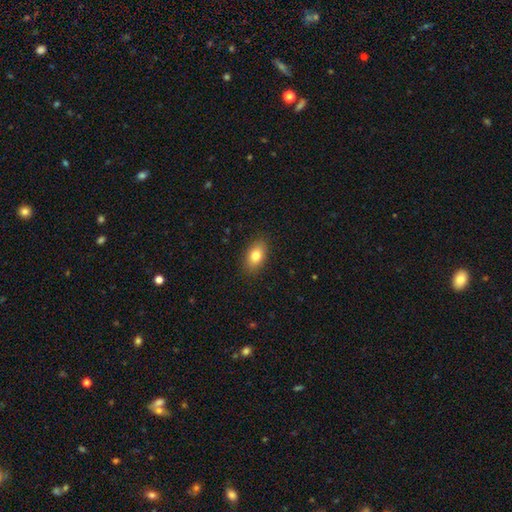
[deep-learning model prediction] Smooth or featured? smooth (81%)
How rounded? in between (87%)
Merging? none (88%)